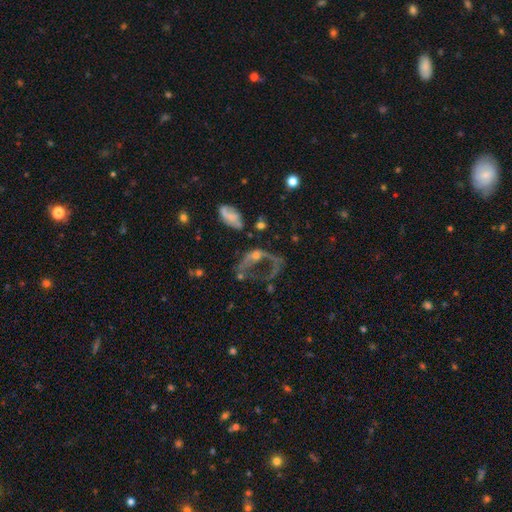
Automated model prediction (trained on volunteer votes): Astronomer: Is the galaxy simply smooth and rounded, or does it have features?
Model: featured or disk — 59%.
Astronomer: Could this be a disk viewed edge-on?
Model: no — 94%.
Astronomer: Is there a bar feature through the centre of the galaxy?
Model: no — 79%.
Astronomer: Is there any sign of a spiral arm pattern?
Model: no — 69%.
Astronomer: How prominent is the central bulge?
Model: small — 40% (runner-up: moderate, 28%).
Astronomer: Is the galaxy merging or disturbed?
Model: major disturbance — 56%.